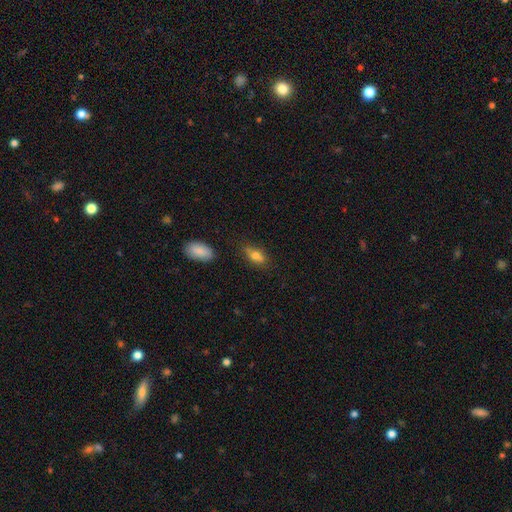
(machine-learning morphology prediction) Smooth or featured? smooth (70%)
How rounded? in between (78%)
Merging? none (71%)